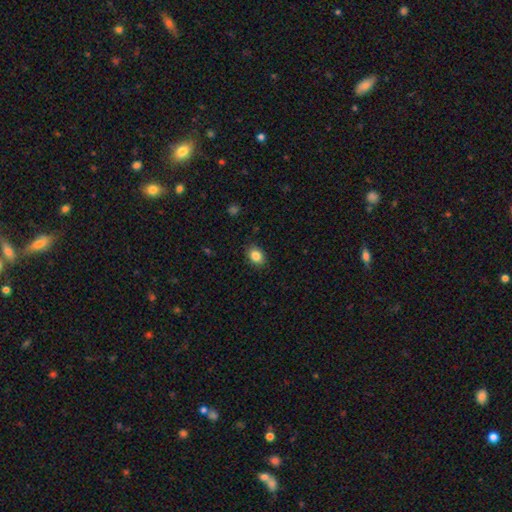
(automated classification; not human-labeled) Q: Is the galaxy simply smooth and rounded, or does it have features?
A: smooth — 86%.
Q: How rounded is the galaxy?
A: in between — 64%.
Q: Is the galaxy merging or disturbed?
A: none — 87%.